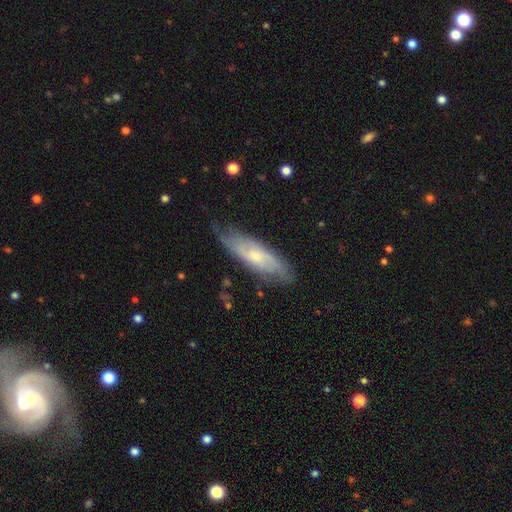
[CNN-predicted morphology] Overall: featured or disk (56%; smooth 38%). Edge-on disk: no (71%). Merging: none (70%).